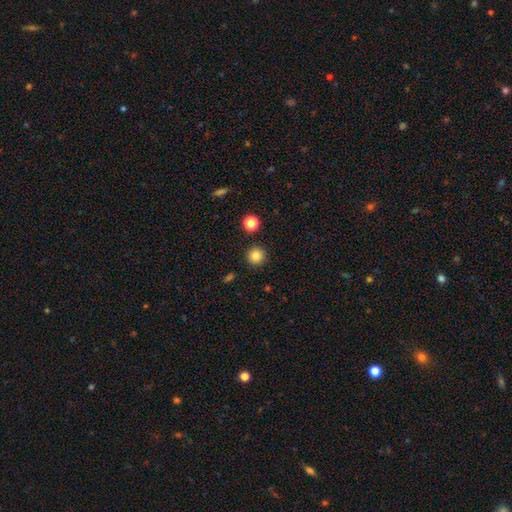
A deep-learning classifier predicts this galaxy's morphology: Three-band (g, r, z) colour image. It shows a smooth galaxy with no disk features (84%) that is round (95%). Merging: none (91%).